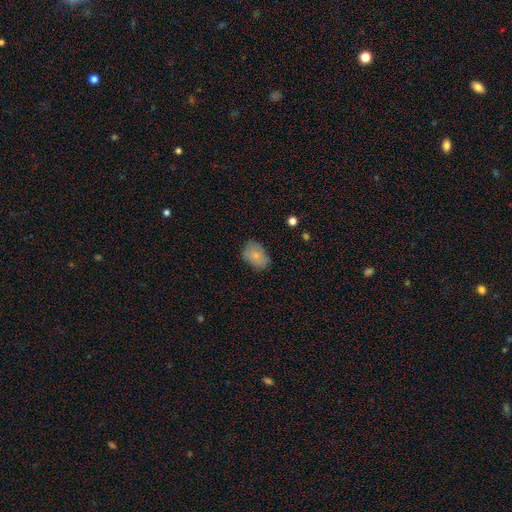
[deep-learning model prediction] This appears to be a smooth galaxy with no disk features (80%) that is in between round and cigar-shaped (81%). Merging: none (73%).